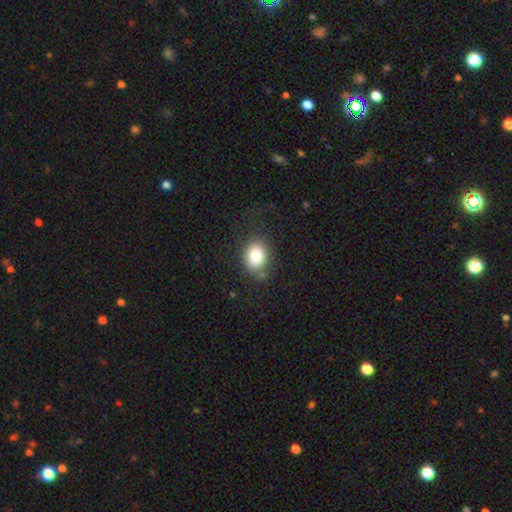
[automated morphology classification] smooth_or_featured: smooth (p=0.83) [alt: star or artifact p=0.09]
how_rounded: in between (p=0.56) [alt: round p=0.43]
merging: none (p=0.74) [alt: minor disturbance p=0.16]